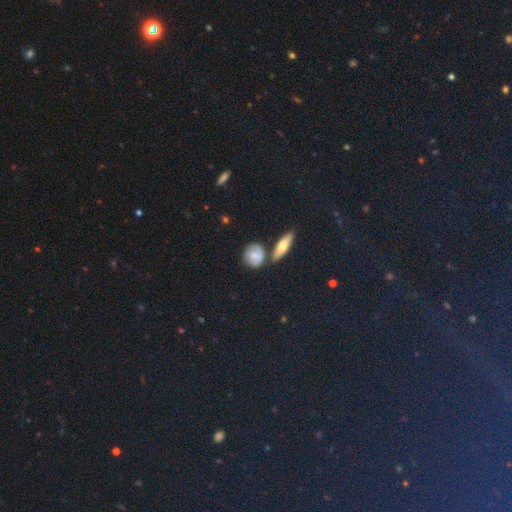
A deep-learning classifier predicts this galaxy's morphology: smooth 60%, featured or disk 26%, star or artifact 14%. Down the decision tree: how rounded — round (72%); merging — none (69%).